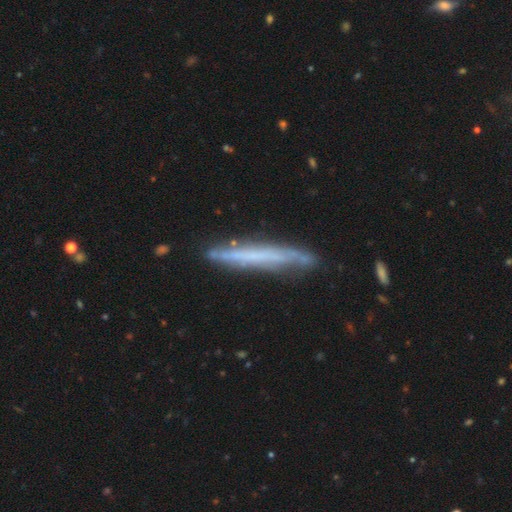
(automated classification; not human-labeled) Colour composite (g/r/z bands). It shows a featured or disk galaxy (56%) viewed edge-on (91%) with no central bulge (87%). Merging: none (77%).